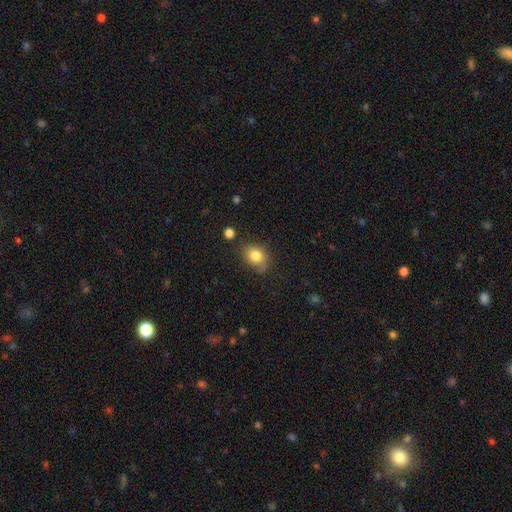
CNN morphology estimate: The model was most divided on "how rounded": in between: 53%, round: 46%, cigar-shaped: 1%. More confident: smooth or featured — smooth (81%); merging — none (69%).